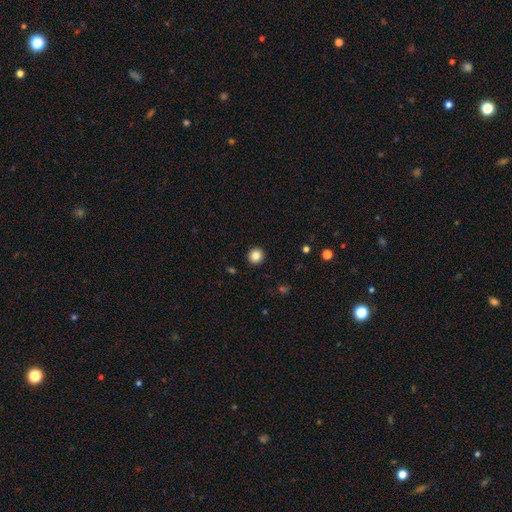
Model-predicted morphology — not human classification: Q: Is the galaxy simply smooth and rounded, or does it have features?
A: smooth — 85%.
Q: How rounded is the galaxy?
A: round — 94%.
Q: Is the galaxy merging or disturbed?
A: none — 93%.